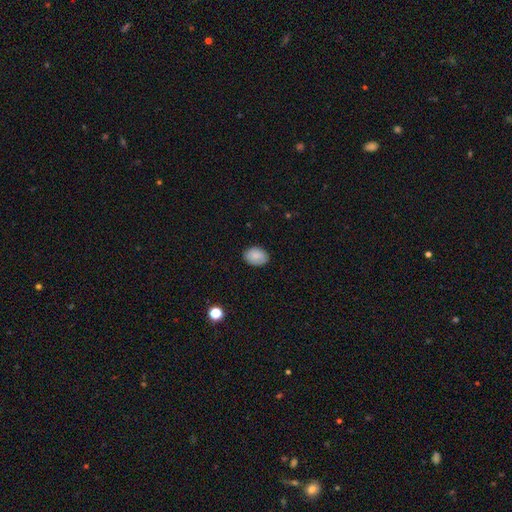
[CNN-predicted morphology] smooth_or_featured: smooth (p=0.83) [alt: featured or disk p=0.10]
how_rounded: in between (p=0.74) [alt: round p=0.25]
merging: none (p=0.83) [alt: minor disturbance p=0.13]